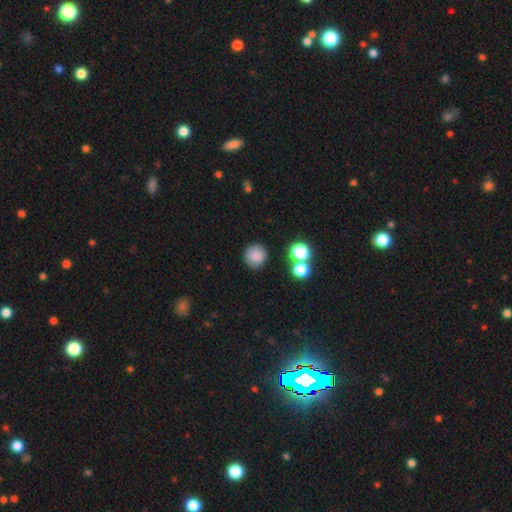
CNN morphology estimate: A smooth galaxy with no disk features (84%) that is round (85%).

Vote fractions:
- Smooth or featured? smooth: 84% / star or artifact: 11% / featured or disk: 6%
- How rounded? round: 85% / in between: 14% / cigar-shaped: 1%
- Merging? none: 84% / minor disturbance: 9% / merger: 4% / major disturbance: 3%